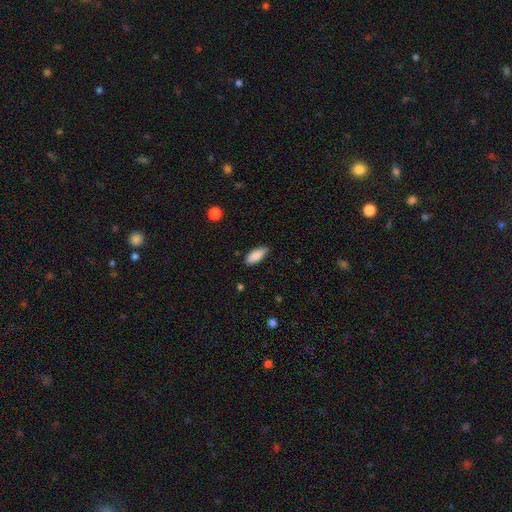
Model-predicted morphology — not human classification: Smooth or featured: smooth — 88% (star or artifact — 7%)
How rounded: in between — 79% (cigar-shaped — 19%)
Merging: none — 82% (minor disturbance — 15%)